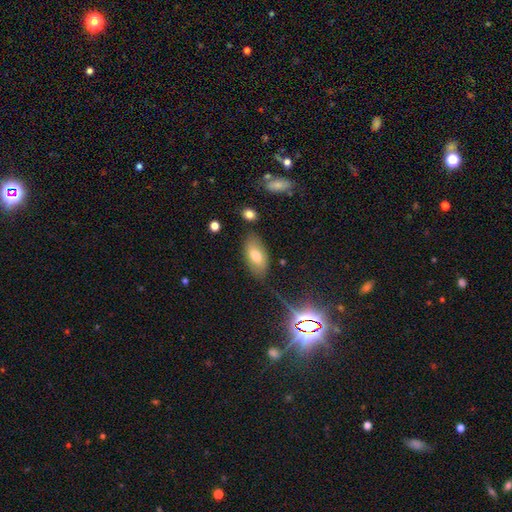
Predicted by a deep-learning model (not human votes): A smooth galaxy with no disk features (71%) that is in between round and cigar-shaped (92%). Merging: none (78%).